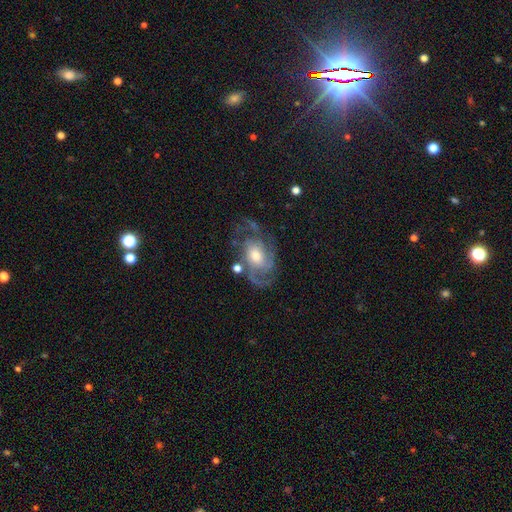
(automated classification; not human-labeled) Smooth or featured?
  - featured or disk: 85% *
  - smooth: 9%
  - star or artifact: 6%
Edge-on disk?
  - no: 97% *
  - yes: 3%
Bar?
  - no: 65% *
  - weak: 29%
  - strong: 6%
Spiral arms?
  - yes: 95% *
  - no: 5%
Spiral winding?
  - medium: 44% *
  - tight: 42%
  - loose: 13%
Spiral arm count?
  - 3: 31% *
  - 2: 30%
  - can't tell: 21%
  - 4: 8%
  - 1: 6%
  - more than 4: 5%
Bulge size?
  - moderate: 64% *
  - small: 19%
  - large: 13%
  - none: 2%
  - dominant: 1%
Merging?
  - none: 61% *
  - minor disturbance: 20%
  - major disturbance: 15%
  - merger: 4%